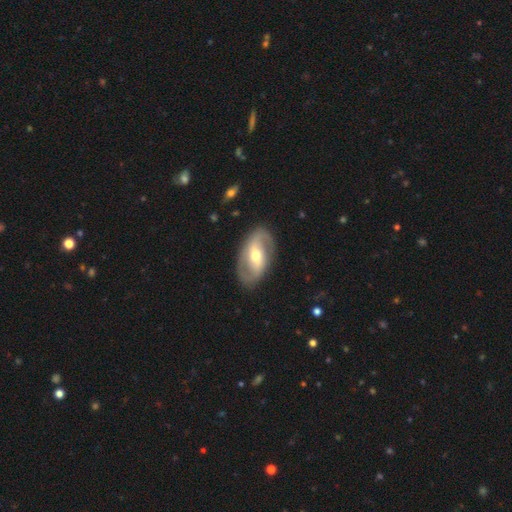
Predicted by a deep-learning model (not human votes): Smooth or featured?
  - featured or disk: 79% *
  - smooth: 16%
  - star or artifact: 5%
Edge-on disk?
  - no: 95% *
  - yes: 5%
Bar?
  - weak: 42% *
  - strong: 32%
  - no: 26%
Spiral arms?
  - yes: 87% *
  - no: 13%
Spiral winding?
  - medium: 44% *
  - loose: 36%
  - tight: 21%
Spiral arm count?
  - 2: 89% *
  - can't tell: 5%
  - 1: 2%
  - 3: 1%
  - 4: 1%
  - more than 4: 1%
Bulge size?
  - moderate: 69% *
  - small: 22%
  - large: 7%
  - dominant: 1%
  - none: 1%
Merging?
  - none: 84% *
  - minor disturbance: 11%
  - major disturbance: 4%
  - merger: 1%